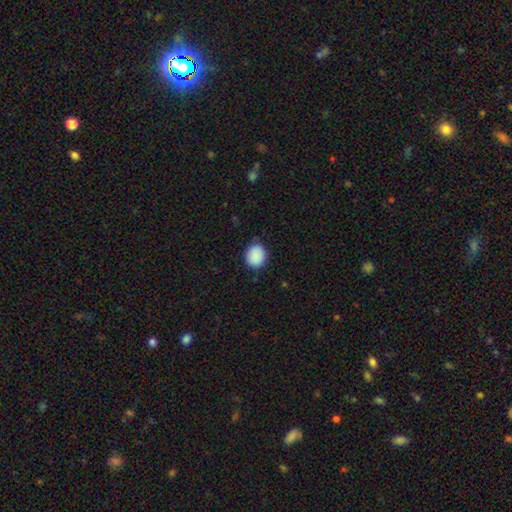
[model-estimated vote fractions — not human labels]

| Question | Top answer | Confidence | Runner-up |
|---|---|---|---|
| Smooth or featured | smooth | 90% | star or artifact (7%) |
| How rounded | round | 62% | in between (37%) |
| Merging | none | 82% | minor disturbance (14%) |